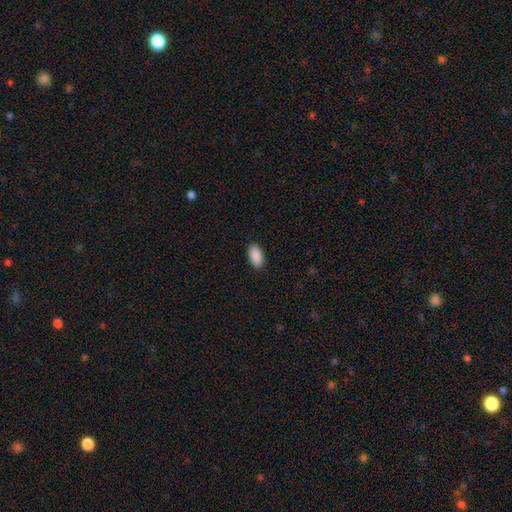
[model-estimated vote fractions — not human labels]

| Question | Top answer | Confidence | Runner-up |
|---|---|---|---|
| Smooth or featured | smooth | 91% | star or artifact (7%) |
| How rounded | in between | 95% | cigar-shaped (3%) |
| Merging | none | 90% | minor disturbance (7%) |